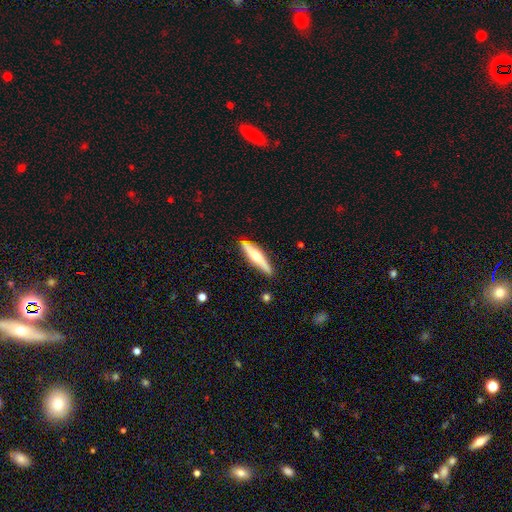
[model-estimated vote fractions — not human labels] A featured or disk galaxy (48%).

Vote fractions:
- Smooth or featured? featured or disk: 48% / smooth: 46% / star or artifact: 6%
- Merging? none: 83% / minor disturbance: 13% / major disturbance: 2% / merger: 2%